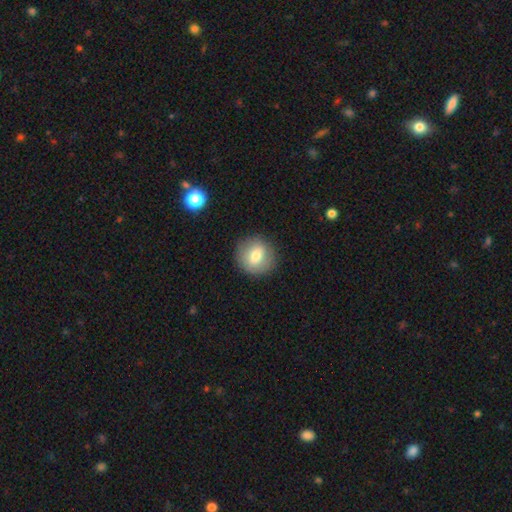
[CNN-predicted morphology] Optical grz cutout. It shows a smooth galaxy with no disk features (74%) that is round (89%). Merging: none (87%).